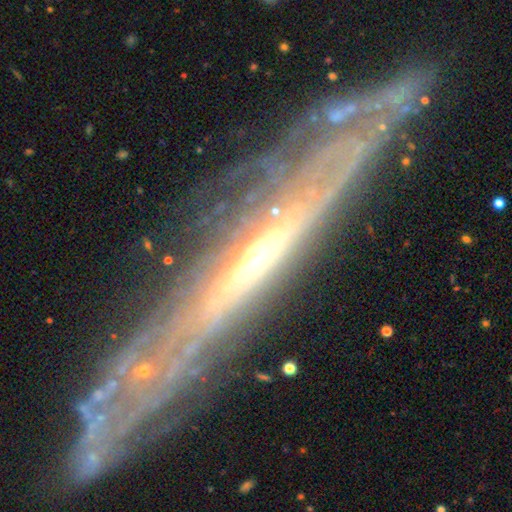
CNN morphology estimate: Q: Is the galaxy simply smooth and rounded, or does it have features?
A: featured or disk — 82%.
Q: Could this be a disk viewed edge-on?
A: yes — 57%.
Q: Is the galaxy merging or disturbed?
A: none — 60%.